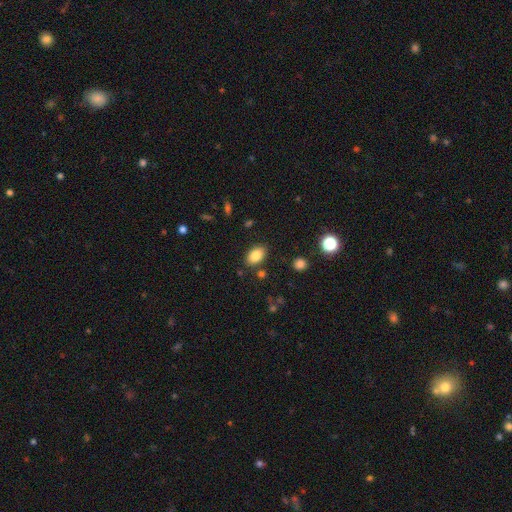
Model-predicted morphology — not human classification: Q: Smooth or featured?
A: smooth (84%); runner-up: star or artifact (9%)
Q: How rounded?
A: in between (89%); runner-up: round (10%)
Q: Merging?
A: none (84%); runner-up: minor disturbance (10%)